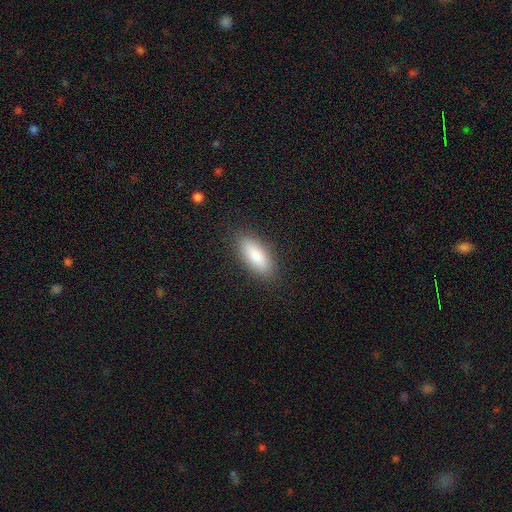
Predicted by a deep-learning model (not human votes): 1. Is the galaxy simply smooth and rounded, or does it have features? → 87% smooth, 7% featured or disk, 6% star or artifact.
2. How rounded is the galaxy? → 77% in between, 21% cigar-shaped, 2% round.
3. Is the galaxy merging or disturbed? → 87% none, 9% minor disturbance, 2% major disturbance, 1% merger.